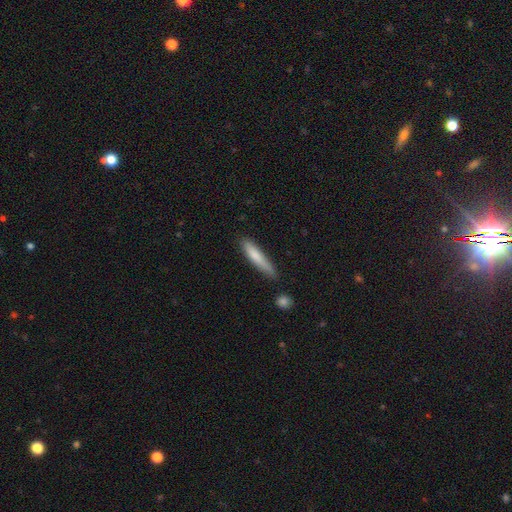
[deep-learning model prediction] Q: Smooth or featured?
A: smooth (76%); runner-up: featured or disk (18%)
Q: How rounded?
A: cigar-shaped (90%); runner-up: in between (9%)
Q: Merging?
A: none (73%); runner-up: minor disturbance (20%)